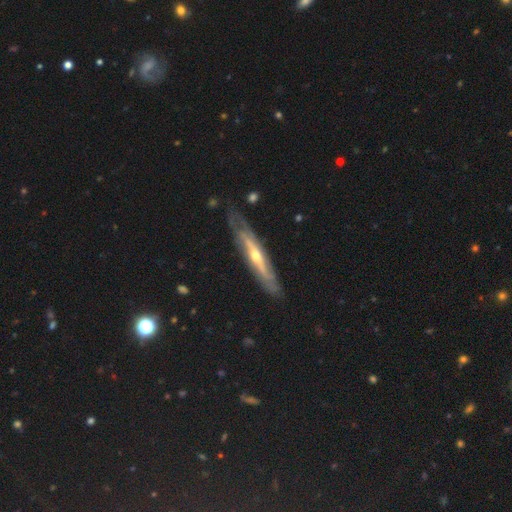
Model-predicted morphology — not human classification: Q: Smooth or featured?
A: featured or disk (78%); runner-up: smooth (17%)
Q: Edge-on disk?
A: yes (59%); runner-up: no (41%)
Q: Merging?
A: none (74%); runner-up: minor disturbance (19%)